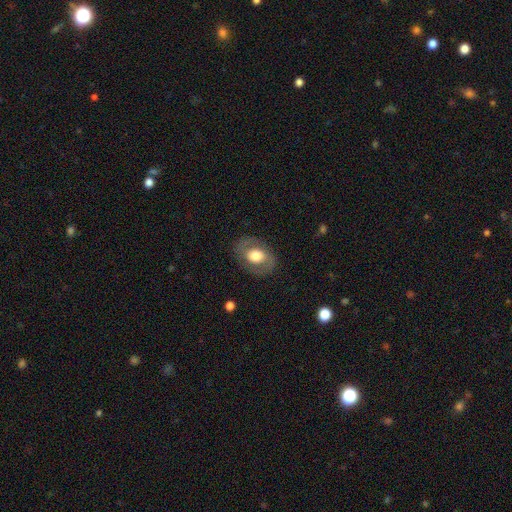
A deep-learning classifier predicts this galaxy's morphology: This appears to be a smooth galaxy with no disk features (52%) that is in between round and cigar-shaped (69%). Merging: none (80%).